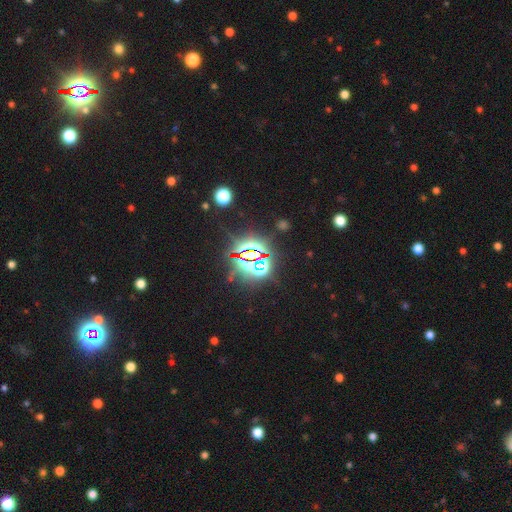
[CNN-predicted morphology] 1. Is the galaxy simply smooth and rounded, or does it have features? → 84% star or artifact, 9% smooth, 8% featured or disk.